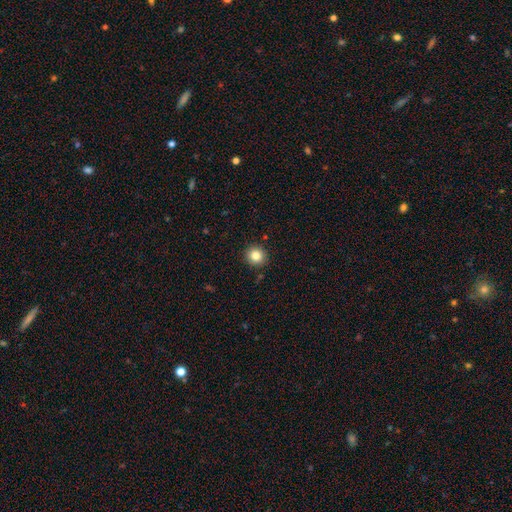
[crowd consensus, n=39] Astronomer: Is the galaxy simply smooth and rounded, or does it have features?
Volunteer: smooth — 92%.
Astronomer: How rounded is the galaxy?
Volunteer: round — 97%.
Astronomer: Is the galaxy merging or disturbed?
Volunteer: none — 97%.